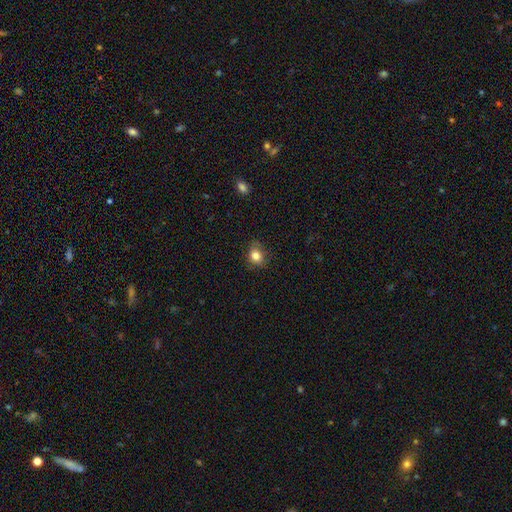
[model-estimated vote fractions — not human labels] Smooth or featured: smooth — 81% (star or artifact — 11%)
How rounded: round — 56% (in between — 43%)
Merging: none — 73% (minor disturbance — 21%)